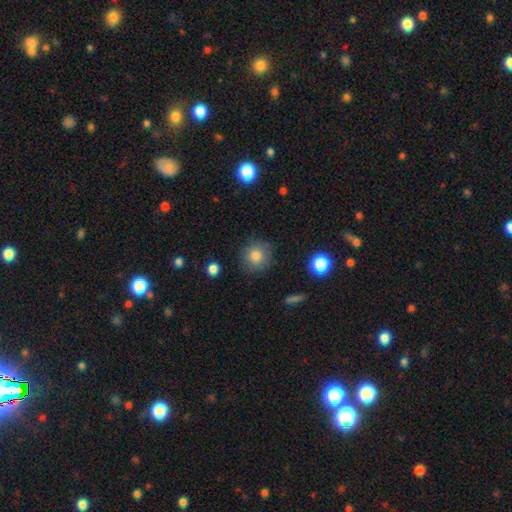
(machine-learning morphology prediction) Smooth or featured?
  - smooth: 82% *
  - star or artifact: 11%
  - featured or disk: 8%
How rounded?
  - round: 91% *
  - in between: 8%
  - cigar-shaped: 1%
Merging?
  - none: 83% *
  - minor disturbance: 12%
  - major disturbance: 4%
  - merger: 2%